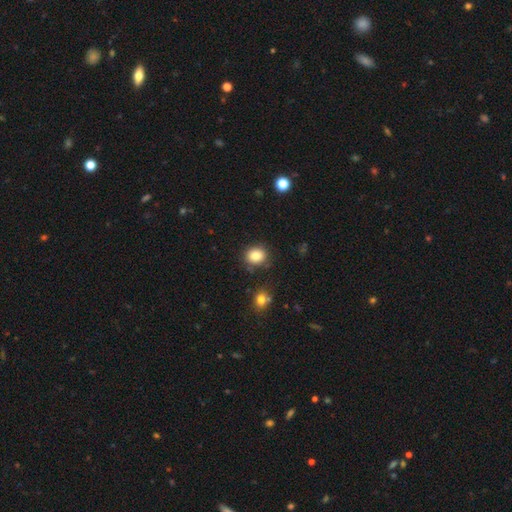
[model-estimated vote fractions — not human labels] Smooth or featured: smooth — 83% (star or artifact — 10%)
How rounded: round — 75% (in between — 24%)
Merging: none — 83% (minor disturbance — 10%)